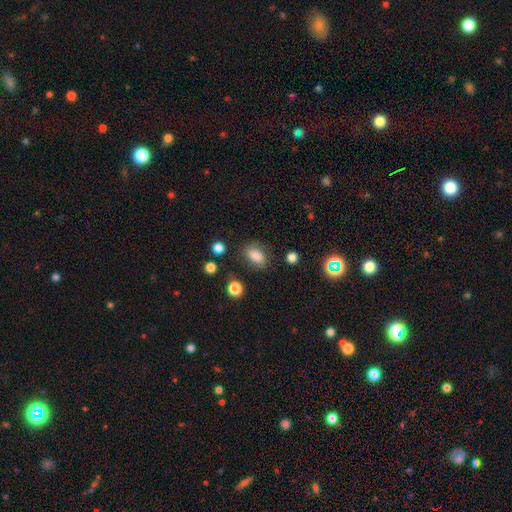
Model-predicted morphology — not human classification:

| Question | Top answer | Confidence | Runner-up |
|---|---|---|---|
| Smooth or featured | smooth | 83% | star or artifact (10%) |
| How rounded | in between | 83% | round (15%) |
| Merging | none | 78% | minor disturbance (14%) |